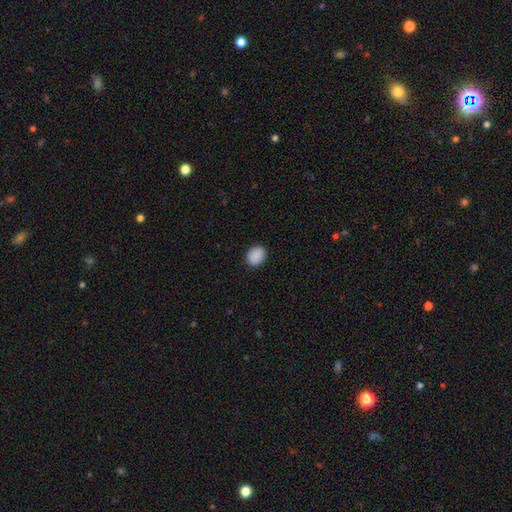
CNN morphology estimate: The model was most divided on "how rounded": in between: 54%, round: 45%, cigar-shaped: 1%. More confident: smooth or featured — smooth (90%); merging — none (89%).